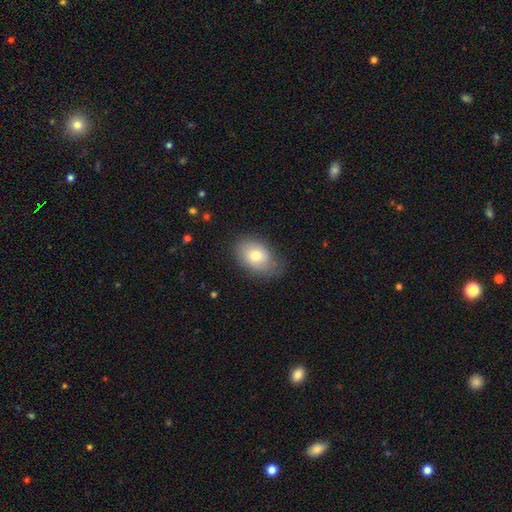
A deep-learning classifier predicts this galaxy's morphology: This is likely a smooth galaxy (74%). How rounded: clearly in between (81%). Merging: likely none (70%).